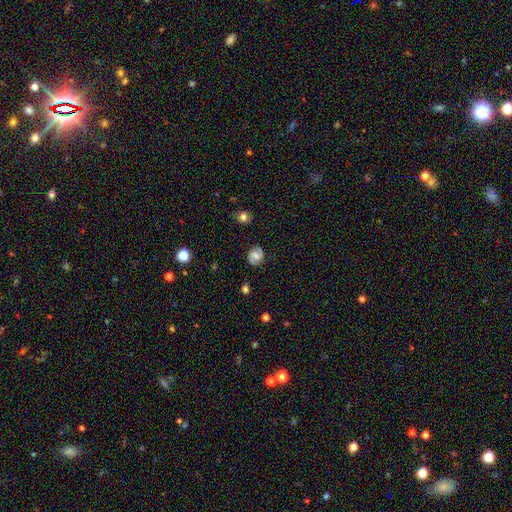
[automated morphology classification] This appears to be a featured or disk galaxy (65%) with a weak bar (46%), 2 (90%) medium (48%) spiral arms (91%) and a moderate central bulge (54%). Merging: none (84%).